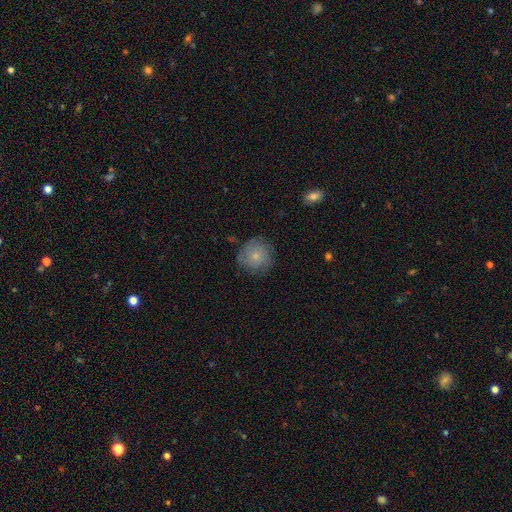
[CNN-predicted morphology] type=smooth (68%); roundness=round (93%); merging=none (78%).